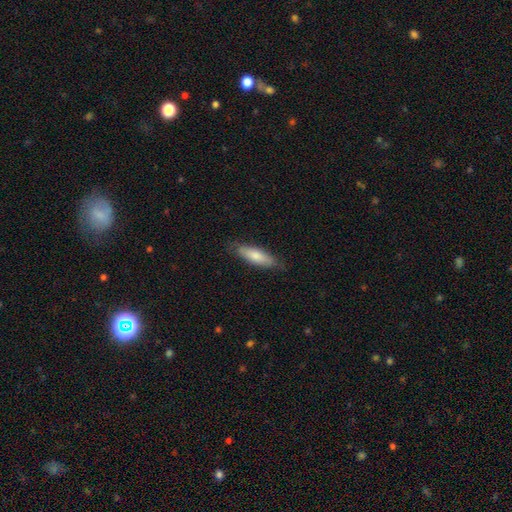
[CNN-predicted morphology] This appears to be a smooth galaxy with no disk features (75%) that is cigar-shaped (49%, tied with in between). Merging: none (79%).